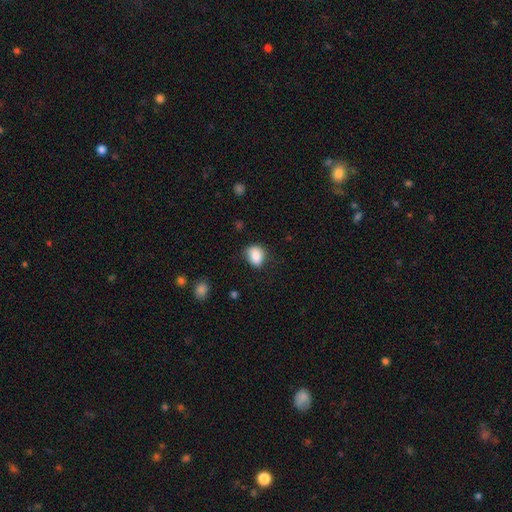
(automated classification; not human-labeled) A smooth galaxy with no disk features (86%) that is in between round and cigar-shaped (59%). Merging: none (69%).